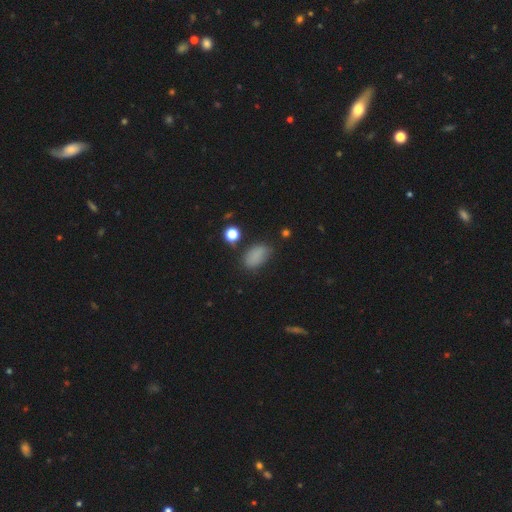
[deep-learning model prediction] Smooth or featured? smooth (82%)
How rounded? in between (89%)
Merging? none (71%)